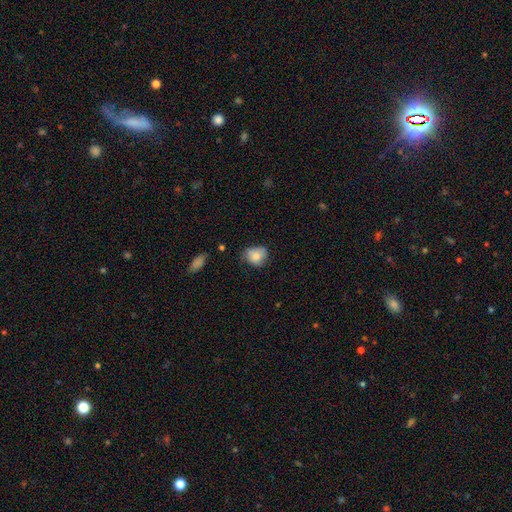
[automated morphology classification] A smooth galaxy with no disk features (79%) that is round (55%). Merging: none (53%).